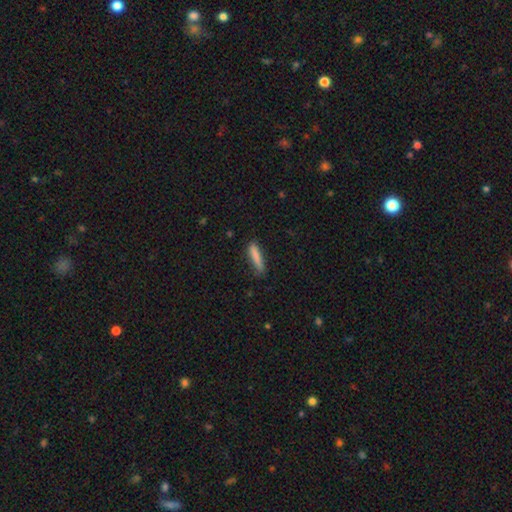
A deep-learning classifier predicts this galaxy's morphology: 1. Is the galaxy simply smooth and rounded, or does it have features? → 83% smooth, 10% featured or disk, 7% star or artifact.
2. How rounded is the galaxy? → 85% cigar-shaped, 14% in between, 1% round.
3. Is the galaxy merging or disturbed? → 76% none, 19% minor disturbance, 4% major disturbance, 2% merger.